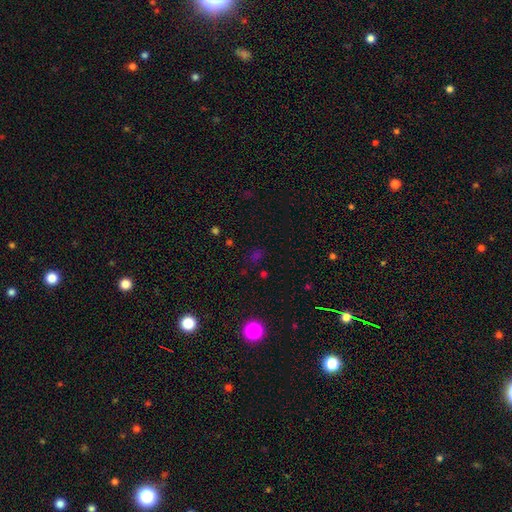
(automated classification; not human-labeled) Overall: smooth (50%; star or artifact 44%). Merging: none (73%).